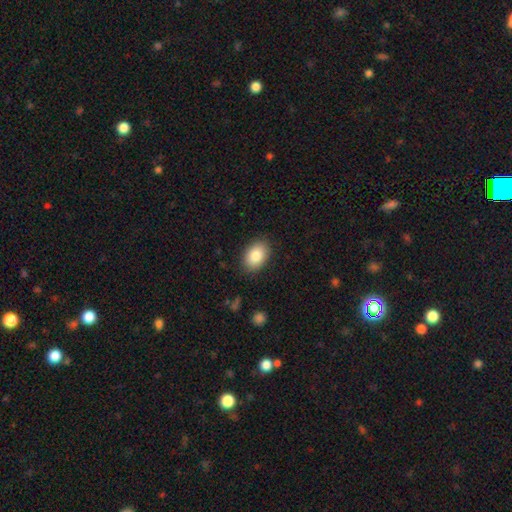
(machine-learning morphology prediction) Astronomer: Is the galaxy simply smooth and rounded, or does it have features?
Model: smooth — 85%.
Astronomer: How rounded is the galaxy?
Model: in between — 84%.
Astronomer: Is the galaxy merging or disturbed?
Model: none — 87%.